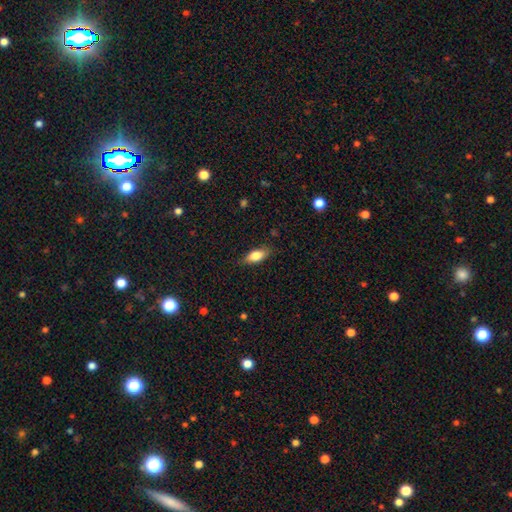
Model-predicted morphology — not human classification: smooth-or-featured: smooth: 79% | featured or disk: 14% | star or artifact: 7%
  how-rounded: in between: 81% | cigar-shaped: 15% | round: 3%
  merging: none: 82% | minor disturbance: 14% | major disturbance: 3% | merger: 1%